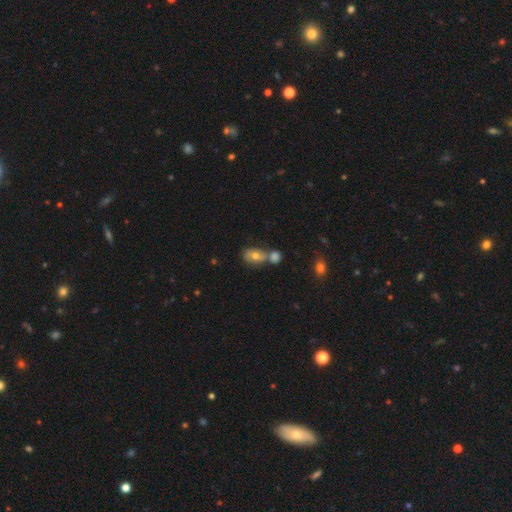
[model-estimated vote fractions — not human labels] This appears to be a smooth galaxy with no disk features (60%) that is in between round and cigar-shaped (78%). Merging: merger (45%).